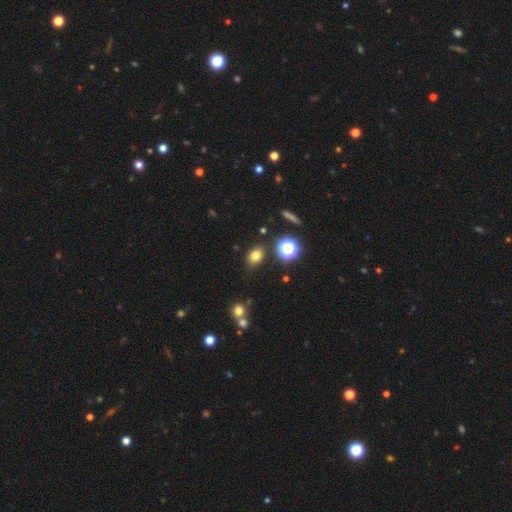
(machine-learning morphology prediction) Smooth or featured? Predicted: smooth (p=0.75). How rounded? Predicted: in between (p=0.65). Merging? Predicted: none (p=0.81).